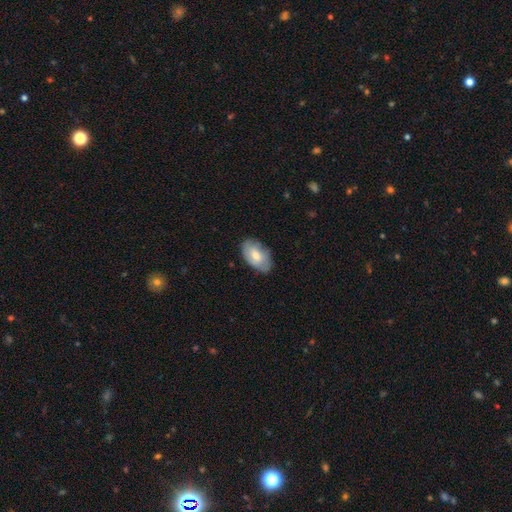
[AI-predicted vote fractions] Q: Smooth or featured?
A: smooth (67%); runner-up: featured or disk (27%)
Q: How rounded?
A: in between (93%); runner-up: round (5%)
Q: Merging?
A: none (75%); runner-up: minor disturbance (20%)